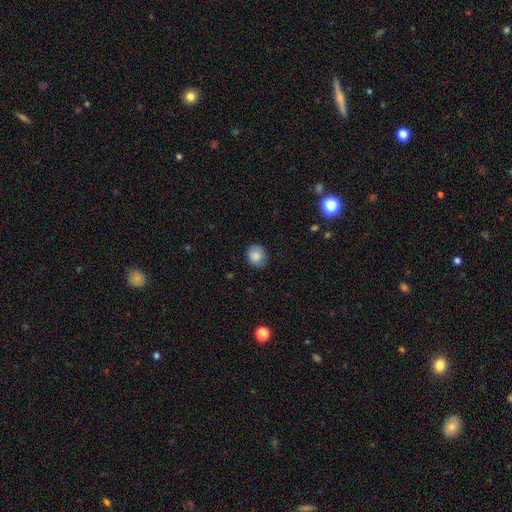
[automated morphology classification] smooth 82%, featured or disk 9%, star or artifact 9%. Down the decision tree: how rounded — round (73%); merging — none (79%).